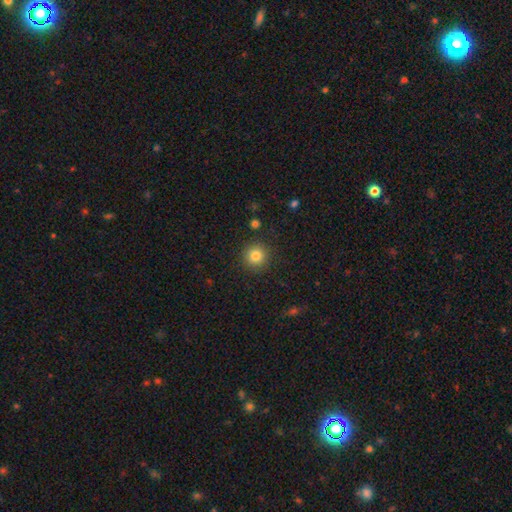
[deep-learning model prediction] Smooth or featured? Predicted: smooth (p=0.83). How rounded? Predicted: round (p=0.94). Merging? Predicted: none (p=0.90).